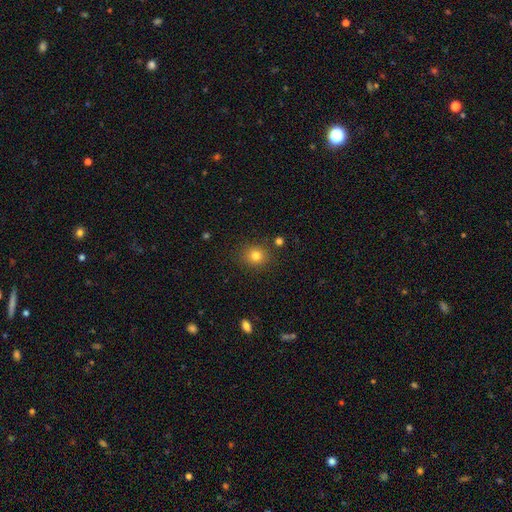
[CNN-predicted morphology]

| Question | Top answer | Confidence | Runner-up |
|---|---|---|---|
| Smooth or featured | smooth | 80% | star or artifact (13%) |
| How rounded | round | 80% | in between (19%) |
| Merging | none | 85% | minor disturbance (9%) |